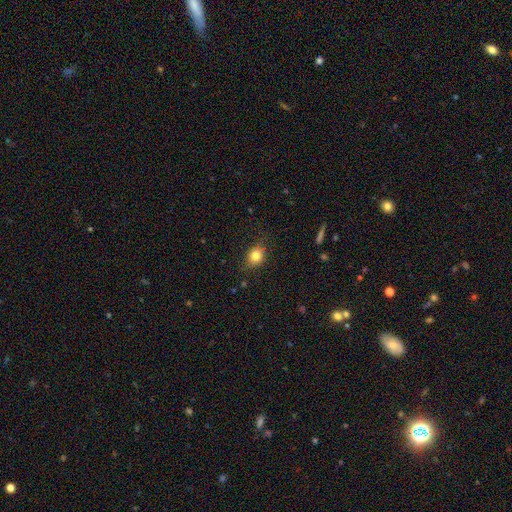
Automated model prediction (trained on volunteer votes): The model was most divided on "how rounded": round: 56%, in between: 42%, cigar-shaped: 2%. More confident: smooth or featured — smooth (80%); merging — none (77%).